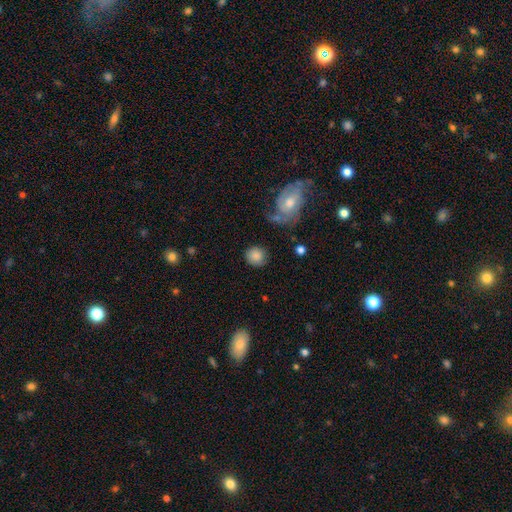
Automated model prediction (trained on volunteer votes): smooth 83%, featured or disk 10%, star or artifact 7%. Down the decision tree: how rounded — round (82%); merging — none (77%).